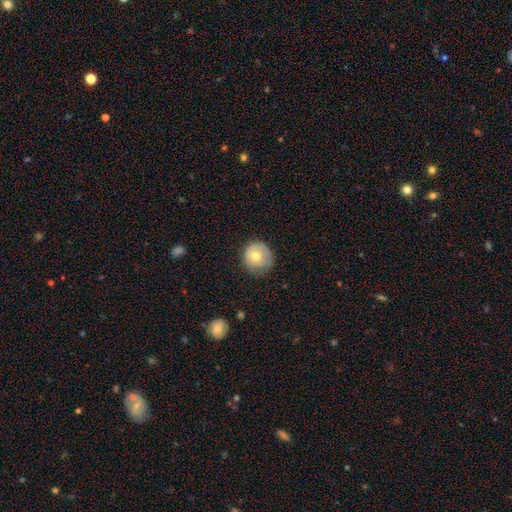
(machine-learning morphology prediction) smooth 67%, featured or disk 25%, star or artifact 8%. Down the decision tree: how rounded — round (90%); merging — none (67%).